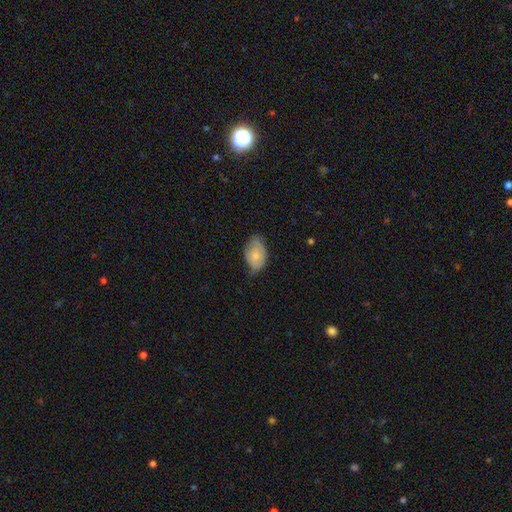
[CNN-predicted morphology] Q: Smooth or featured?
A: smooth (73%); runner-up: featured or disk (20%)
Q: How rounded?
A: in between (90%); runner-up: round (9%)
Q: Merging?
A: none (49%); runner-up: minor disturbance (41%)